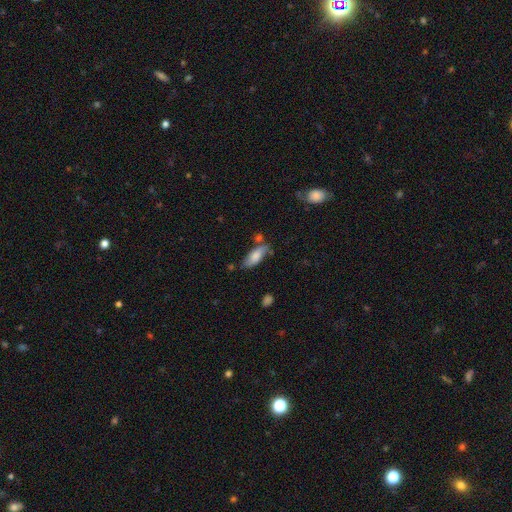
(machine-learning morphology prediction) Smooth or featured: smooth — 70% (featured or disk — 22%)
How rounded: in between — 78% (cigar-shaped — 20%)
Merging: none — 55% (minor disturbance — 26%)